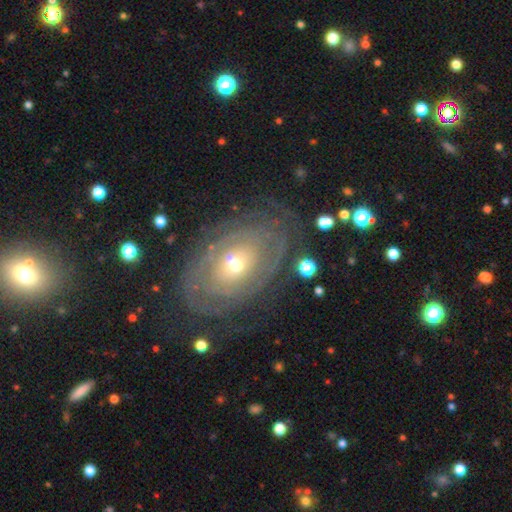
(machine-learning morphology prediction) Q: Smooth or featured?
A: featured or disk (75%); runner-up: smooth (18%)
Q: Edge-on disk?
A: no (94%); runner-up: yes (6%)
Q: Bar?
A: no (80%); runner-up: weak (15%)
Q: Spiral arms?
A: yes (68%); runner-up: no (32%)
Q: Bulge size?
A: small (48%); runner-up: moderate (46%)
Q: Merging?
A: none (72%); runner-up: minor disturbance (16%)